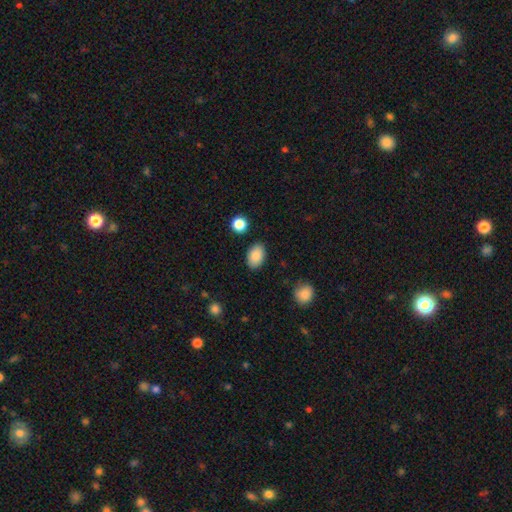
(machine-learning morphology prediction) Smooth or featured?
  - smooth: 88% *
  - star or artifact: 7%
  - featured or disk: 5%
How rounded?
  - in between: 88% *
  - round: 11%
  - cigar-shaped: 1%
Merging?
  - none: 87% *
  - minor disturbance: 9%
  - major disturbance: 2%
  - merger: 2%